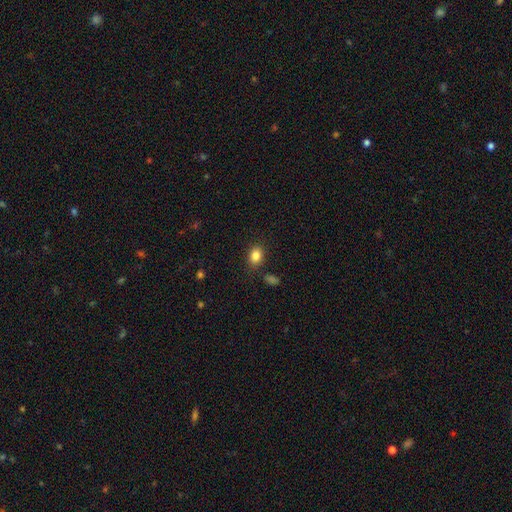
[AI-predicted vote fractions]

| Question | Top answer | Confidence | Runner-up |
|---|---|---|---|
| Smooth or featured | smooth | 84% | star or artifact (10%) |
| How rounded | in between | 62% | round (37%) |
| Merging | none | 84% | minor disturbance (10%) |